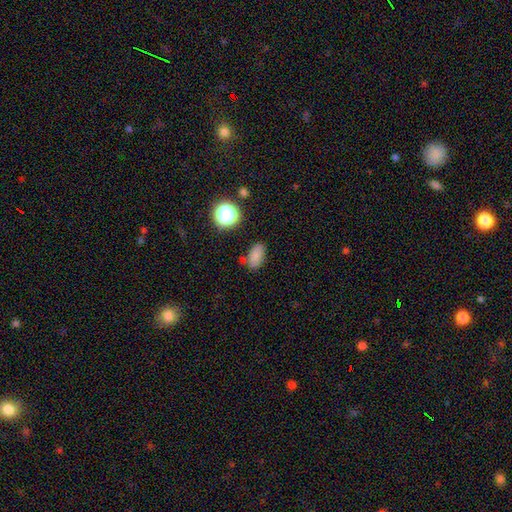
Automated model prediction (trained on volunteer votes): smooth 79%, star or artifact 14%, featured or disk 8%. Down the decision tree: how rounded — in between (87%); merging — none (75%).